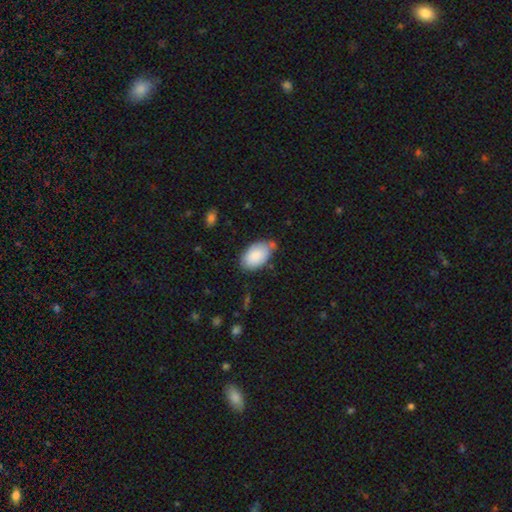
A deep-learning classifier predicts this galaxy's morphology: type=smooth (87%); roundness=in between (94%); merging=none (64%).